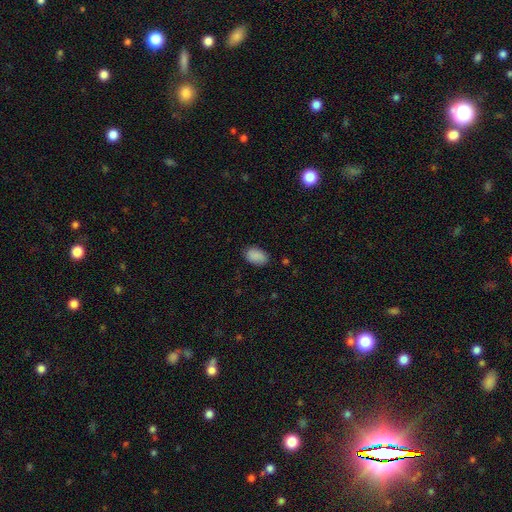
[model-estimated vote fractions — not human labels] This is clearly a smooth galaxy (89%). How rounded: clearly in between (90%). Merging: clearly none (83%).